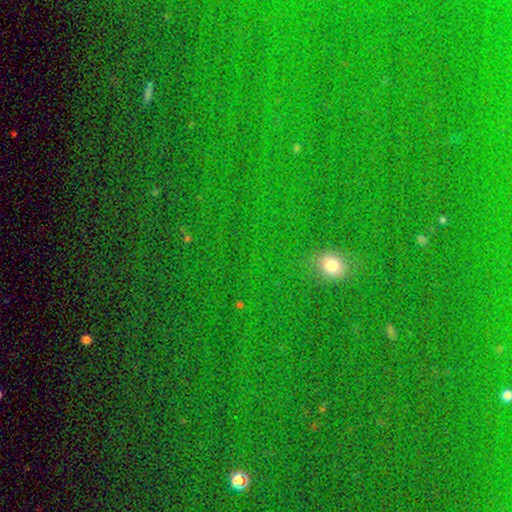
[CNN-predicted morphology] A star or artifact, not a galaxy (59%).